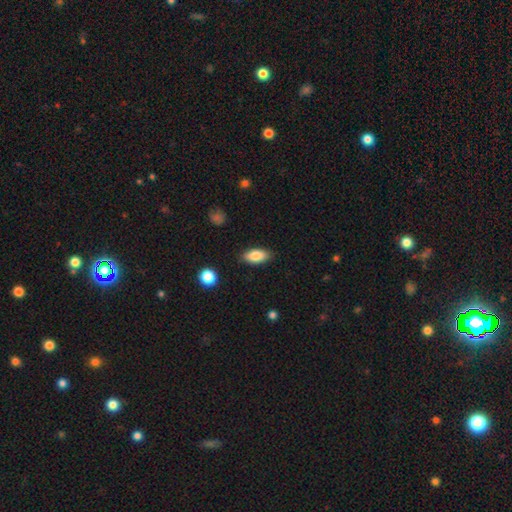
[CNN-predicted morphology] Smooth or featured?
  - smooth: 85% *
  - featured or disk: 8%
  - star or artifact: 7%
How rounded?
  - in between: 87% *
  - cigar-shaped: 10%
  - round: 3%
Merging?
  - none: 86% *
  - minor disturbance: 10%
  - major disturbance: 2%
  - merger: 1%